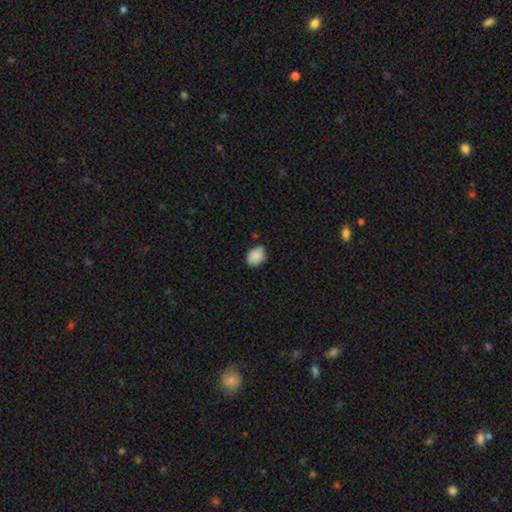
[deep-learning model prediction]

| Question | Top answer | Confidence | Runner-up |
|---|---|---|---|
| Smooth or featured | smooth | 89% | star or artifact (8%) |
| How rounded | in between | 62% | round (37%) |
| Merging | none | 76% | minor disturbance (19%) |